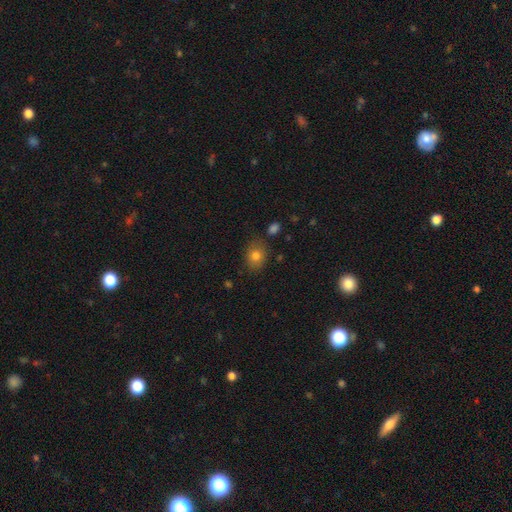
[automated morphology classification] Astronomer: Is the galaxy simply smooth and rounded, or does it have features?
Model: smooth — 80%.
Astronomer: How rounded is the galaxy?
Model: round — 51% (runner-up: in between, 48%).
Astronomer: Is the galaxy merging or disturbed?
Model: none — 80%.